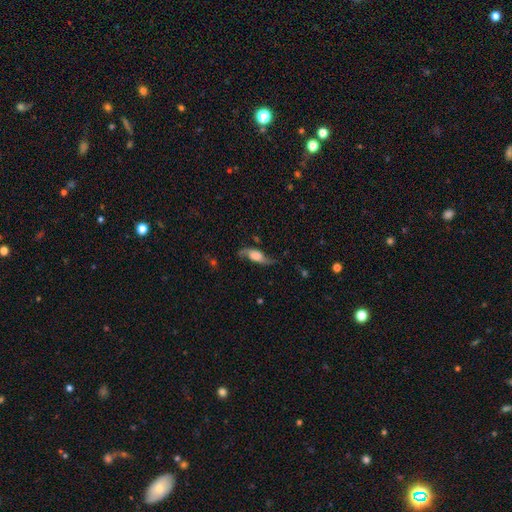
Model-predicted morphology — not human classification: This appears to be a featured or disk galaxy (66%). Merging: none (64%).